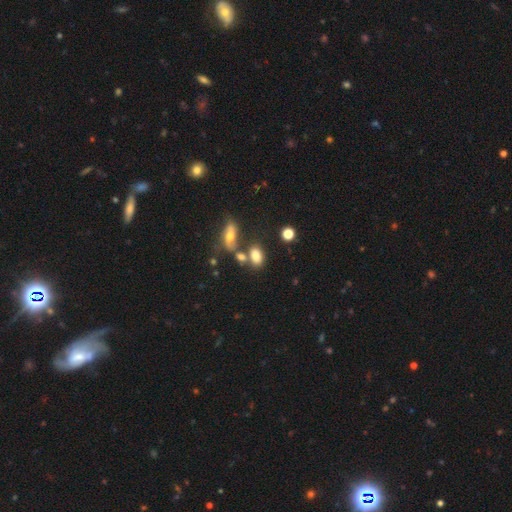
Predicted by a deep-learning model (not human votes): This is likely a smooth galaxy (79%). How rounded: clearly in between (85%). Merging: possibly none (54%).